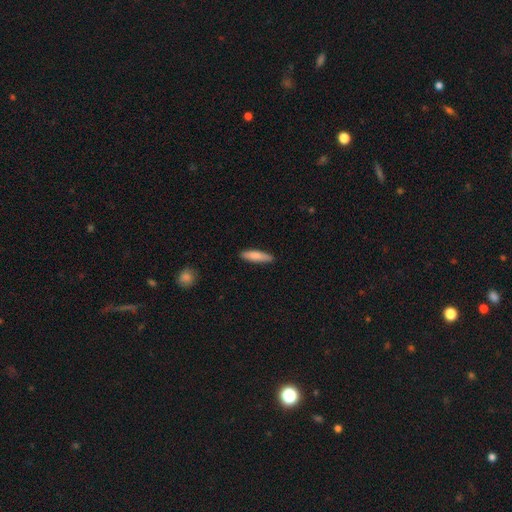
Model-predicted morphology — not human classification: This appears to be a smooth galaxy with no disk features (82%) that is cigar-shaped (75%). Merging: none (89%).